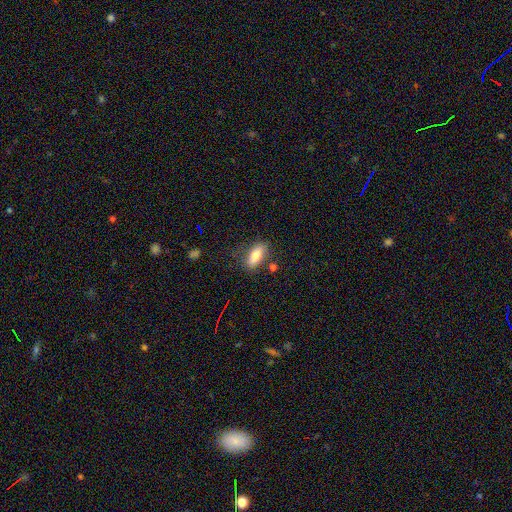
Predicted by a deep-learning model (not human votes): Smooth or featured?
  - smooth: 74% *
  - featured or disk: 18%
  - star or artifact: 8%
How rounded?
  - in between: 77% *
  - cigar-shaped: 20%
  - round: 3%
Merging?
  - none: 76% *
  - minor disturbance: 15%
  - major disturbance: 4%
  - merger: 4%